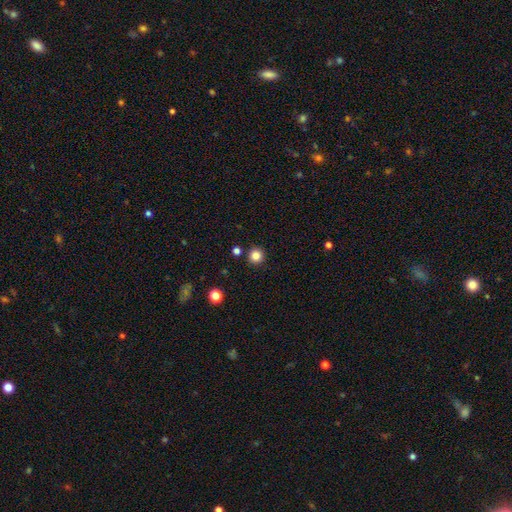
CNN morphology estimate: This is clearly a smooth galaxy (85%). How rounded: clearly round (96%). Merging: clearly none (91%).